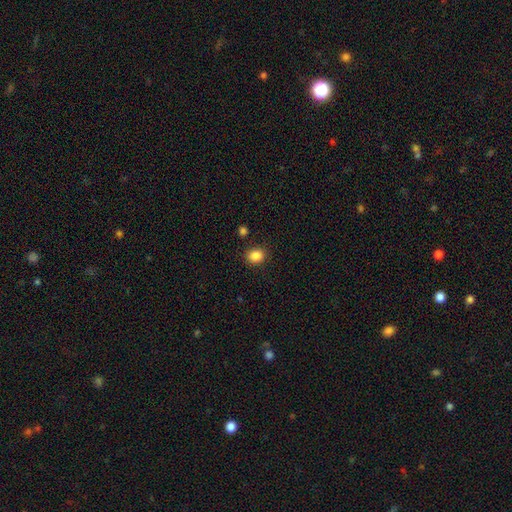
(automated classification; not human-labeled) The model was most divided on "how rounded": round: 60%, in between: 39%, cigar-shaped: 1%. More confident: smooth or featured — smooth (87%); merging — none (86%).